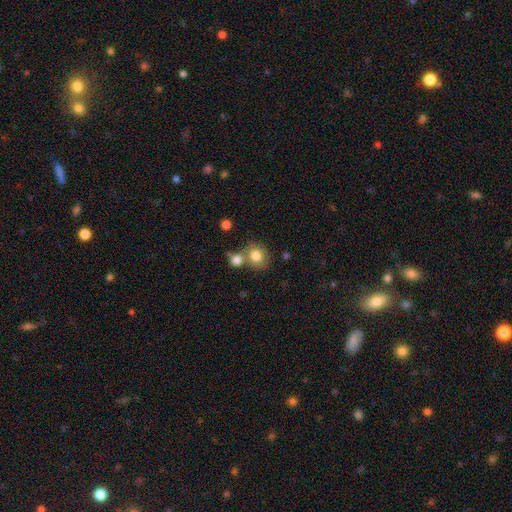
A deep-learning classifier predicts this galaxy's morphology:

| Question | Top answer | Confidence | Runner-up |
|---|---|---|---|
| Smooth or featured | smooth | 81% | featured or disk (10%) |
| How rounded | round | 75% | in between (24%) |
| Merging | none | 49% | merger (36%) |